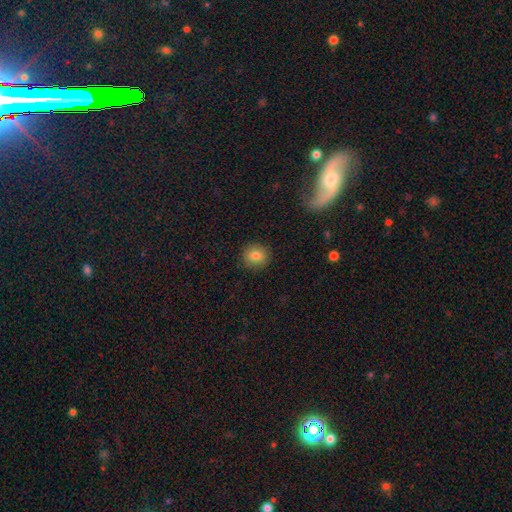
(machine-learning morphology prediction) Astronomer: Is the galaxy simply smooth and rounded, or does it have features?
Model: smooth — 82%.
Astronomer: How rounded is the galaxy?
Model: round — 89%.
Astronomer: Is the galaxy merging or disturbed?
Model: none — 91%.